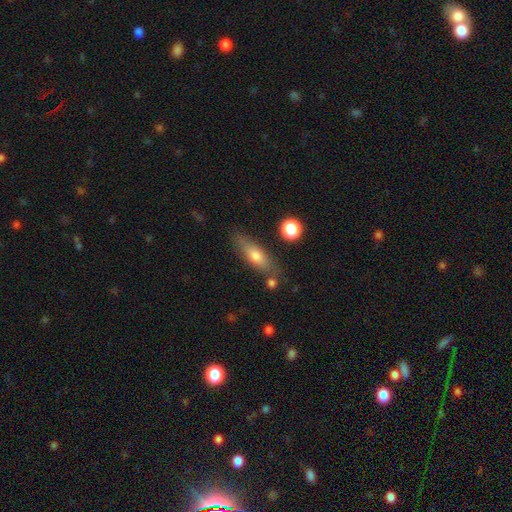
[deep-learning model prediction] This is likely a smooth galaxy (61%). How rounded: possibly cigar-shaped (54%). Merging: likely none (76%).